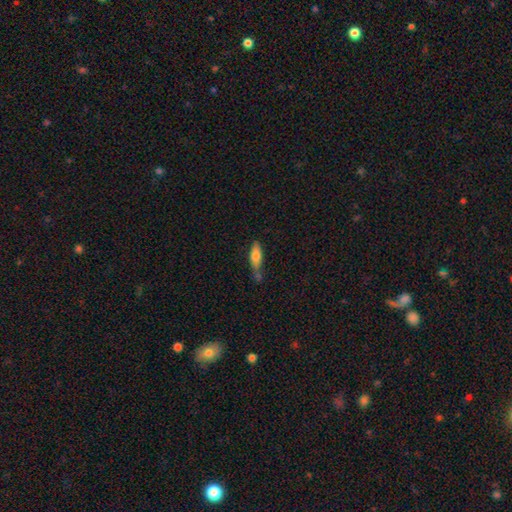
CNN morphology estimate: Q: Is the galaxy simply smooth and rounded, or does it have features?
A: smooth — 72%.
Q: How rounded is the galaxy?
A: in between — 51%.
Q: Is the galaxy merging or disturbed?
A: none — 48%.